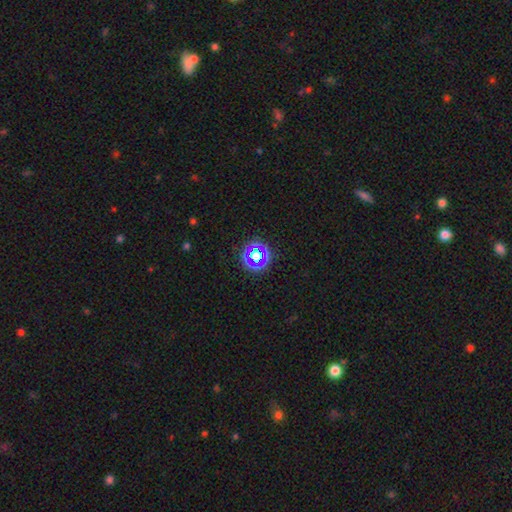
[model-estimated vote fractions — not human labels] Smooth or featured? Predicted: star or artifact (p=0.57).